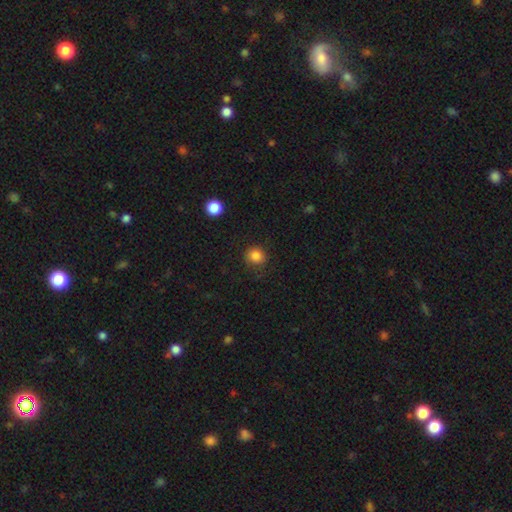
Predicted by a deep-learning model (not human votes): Smooth or featured? smooth (84%)
How rounded? round (87%)
Merging? none (83%)